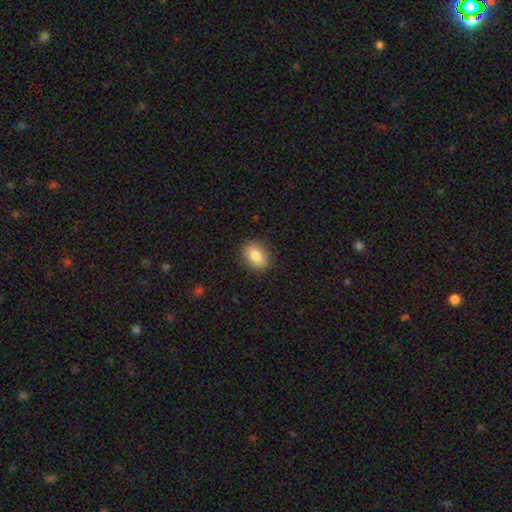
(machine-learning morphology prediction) smooth 82%, featured or disk 10%, star or artifact 8%. Down the decision tree: how rounded — in between (68%); merging — none (89%).